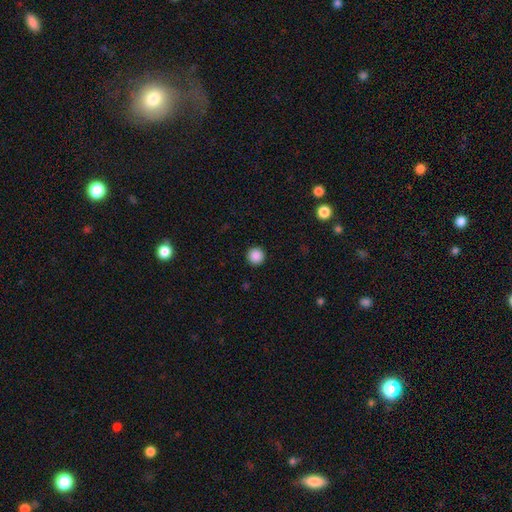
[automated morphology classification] Overall: smooth (88%). How rounded: round (96%). Merging: none (93%).